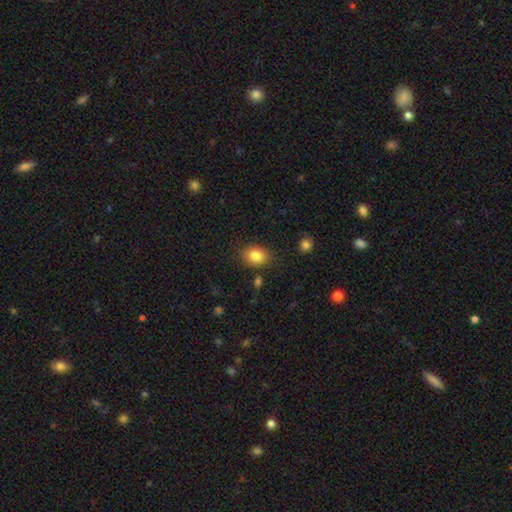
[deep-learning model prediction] Q: Smooth or featured?
A: smooth (84%); runner-up: star or artifact (9%)
Q: How rounded?
A: in between (61%); runner-up: round (38%)
Q: Merging?
A: none (82%); runner-up: minor disturbance (12%)